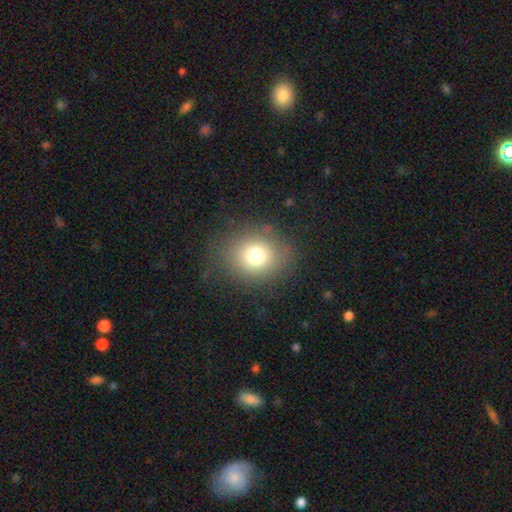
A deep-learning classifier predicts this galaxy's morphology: Smooth or featured?
  - smooth: 73% *
  - star or artifact: 15%
  - featured or disk: 12%
How rounded?
  - round: 73% *
  - in between: 27%
  - cigar-shaped: 1%
Merging?
  - none: 80% *
  - minor disturbance: 12%
  - major disturbance: 7%
  - merger: 1%